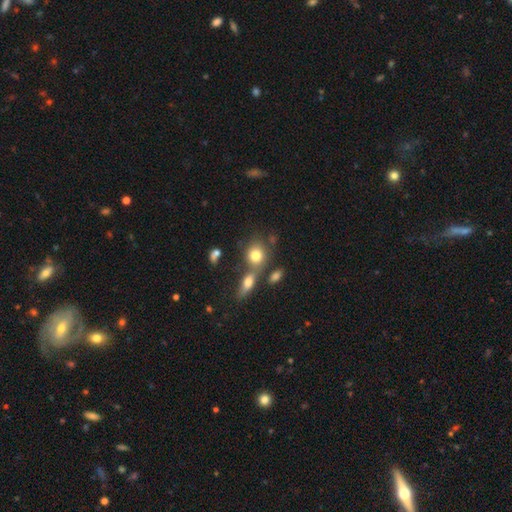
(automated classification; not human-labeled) Morphology: type=smooth (77%); roundness=round (60%); merging=none (52%).